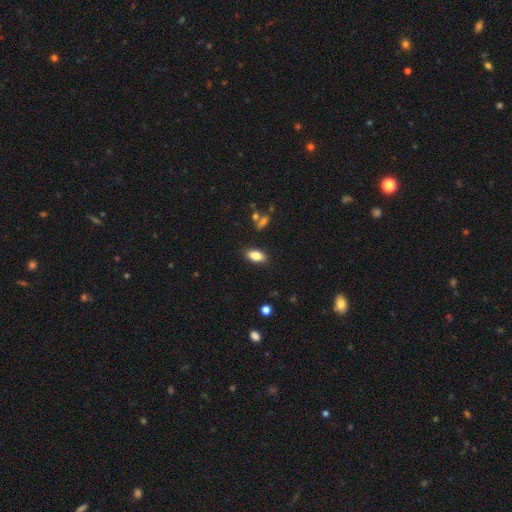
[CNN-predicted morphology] smooth_or_featured: smooth (p=0.82) [alt: featured or disk p=0.10]
how_rounded: in between (p=0.88) [alt: cigar-shaped p=0.08]
merging: none (p=0.87) [alt: minor disturbance p=0.09]